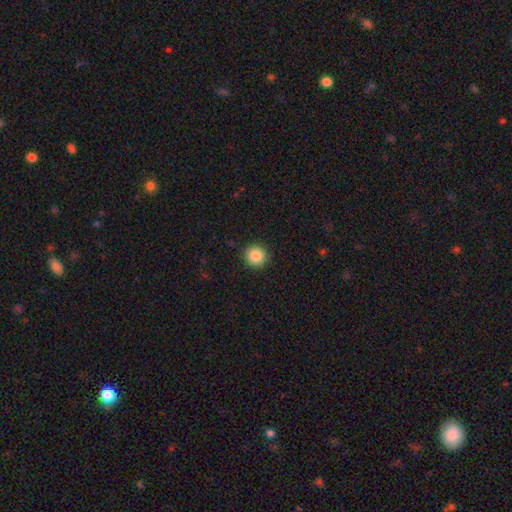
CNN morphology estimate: Overall: smooth (86%). How rounded: round (95%). Merging: none (92%).